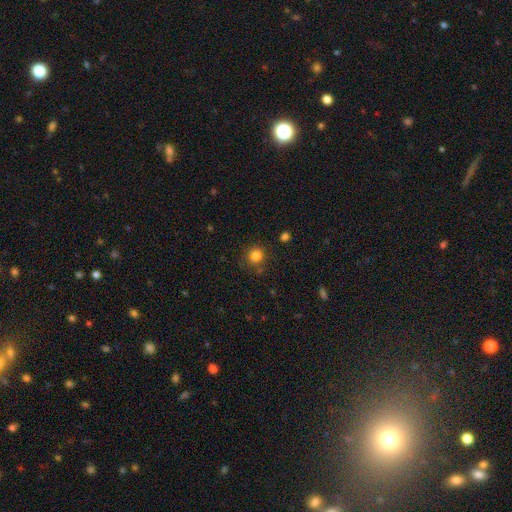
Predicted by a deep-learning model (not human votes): This is clearly a smooth galaxy (82%). How rounded: clearly round (92%). Merging: clearly none (83%).